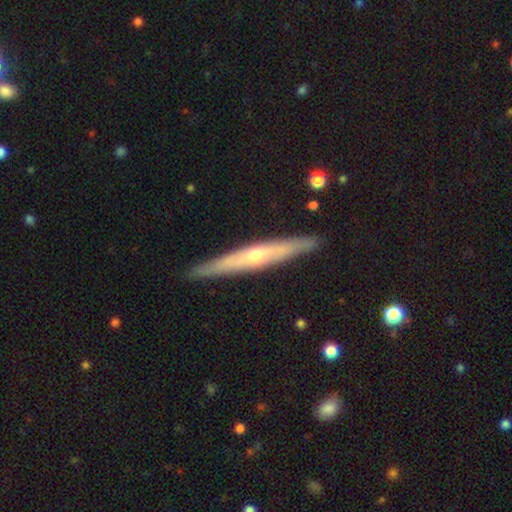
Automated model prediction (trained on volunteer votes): Morphology: type=featured or disk (68%); edge-on=yes (94%); edge-on bulge=rounded (72%); merging=none (90%).